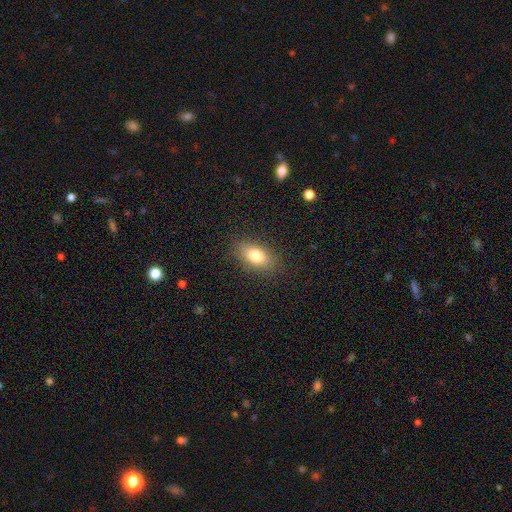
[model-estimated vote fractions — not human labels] This appears to be a smooth galaxy with no disk features (80%) that is in between round and cigar-shaped (88%). Merging: none (86%).